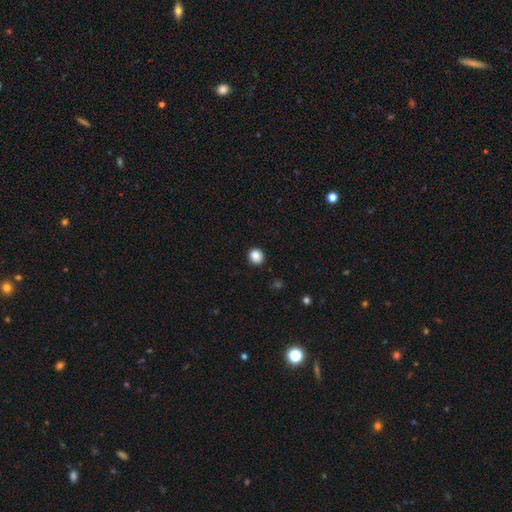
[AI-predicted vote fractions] A smooth galaxy with no disk features (87%) that is round (87%).

Vote fractions:
- Smooth or featured? smooth: 87% / star or artifact: 10% / featured or disk: 3%
- How rounded? round: 87% / in between: 12% / cigar-shaped: 1%
- Merging? none: 91% / minor disturbance: 6% / major disturbance: 2% / merger: 1%